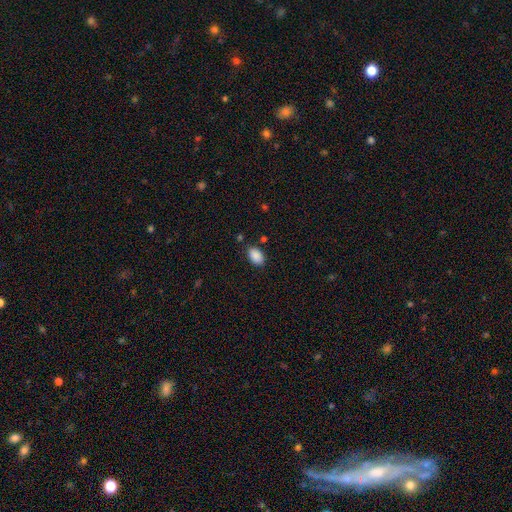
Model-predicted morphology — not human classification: Overall: smooth (89%). How rounded: in between (91%). Merging: none (82%).